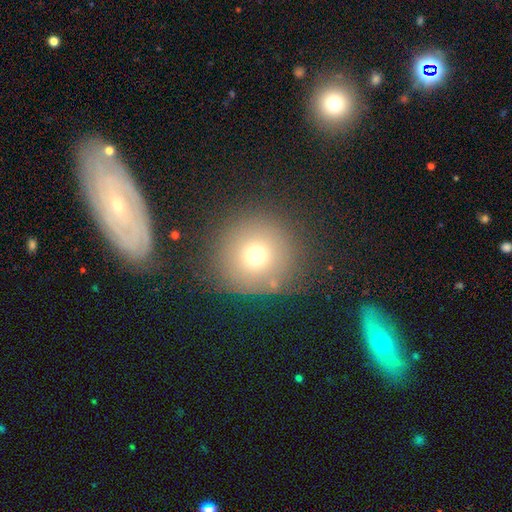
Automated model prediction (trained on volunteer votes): Q: Smooth or featured?
A: smooth (70%); runner-up: star or artifact (17%)
Q: How rounded?
A: round (95%); runner-up: in between (4%)
Q: Merging?
A: none (83%); runner-up: minor disturbance (9%)